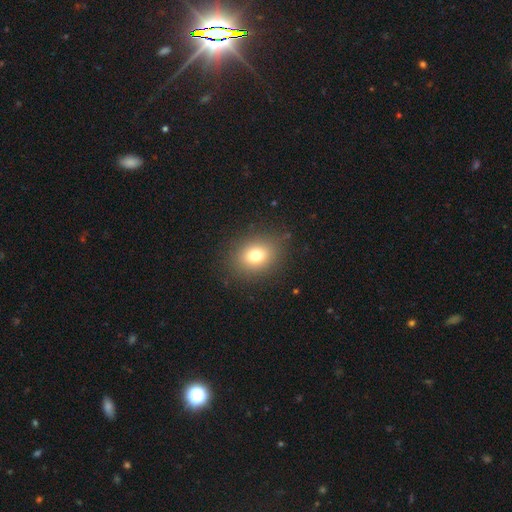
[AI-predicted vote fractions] Smooth or featured: smooth — 76% (star or artifact — 13%)
How rounded: in between — 51% (round — 48%)
Merging: none — 86% (minor disturbance — 9%)